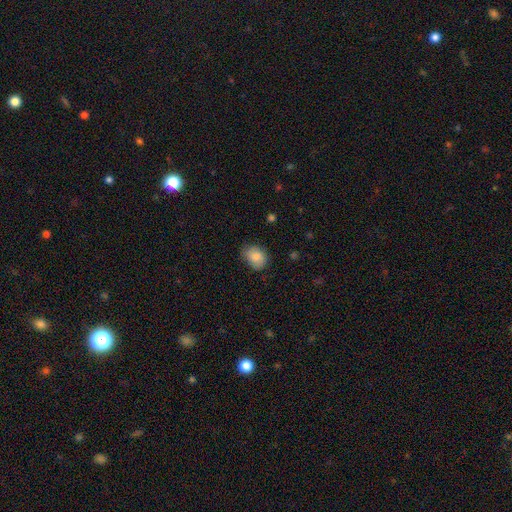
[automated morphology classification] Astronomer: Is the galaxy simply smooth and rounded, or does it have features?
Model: smooth — 84%.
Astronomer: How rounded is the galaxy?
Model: in between — 57% (runner-up: round, 42%).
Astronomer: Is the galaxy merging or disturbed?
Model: none — 63%.